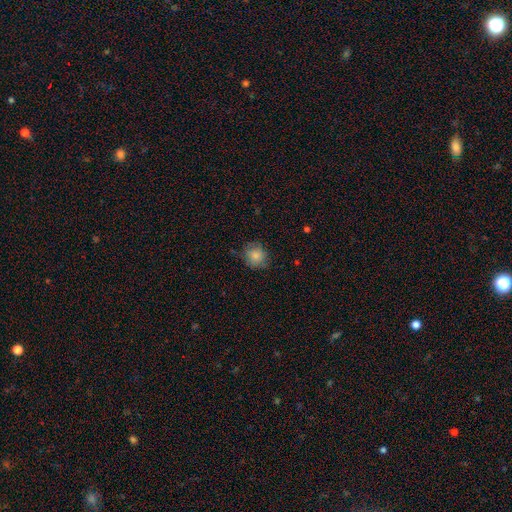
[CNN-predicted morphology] A smooth galaxy with no disk features (78%) that is round (80%).

Vote fractions:
- Smooth or featured? smooth: 78% / featured or disk: 13% / star or artifact: 9%
- How rounded? round: 80% / in between: 19% / cigar-shaped: 1%
- Merging? none: 69% / minor disturbance: 23% / major disturbance: 7% / merger: 1%